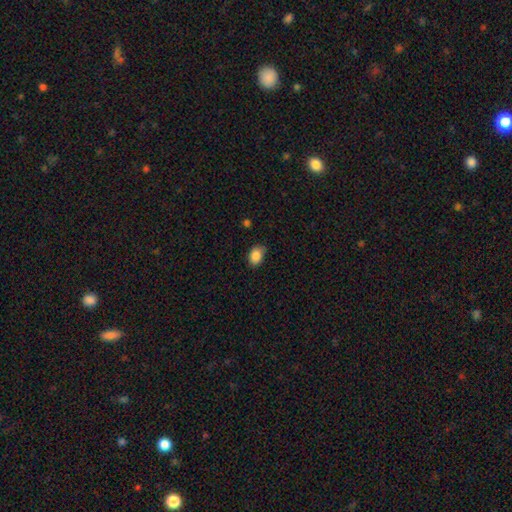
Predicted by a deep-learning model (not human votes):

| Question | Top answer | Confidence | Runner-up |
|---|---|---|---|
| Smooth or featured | smooth | 86% | star or artifact (8%) |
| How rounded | in between | 75% | round (24%) |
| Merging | none | 75% | minor disturbance (21%) |